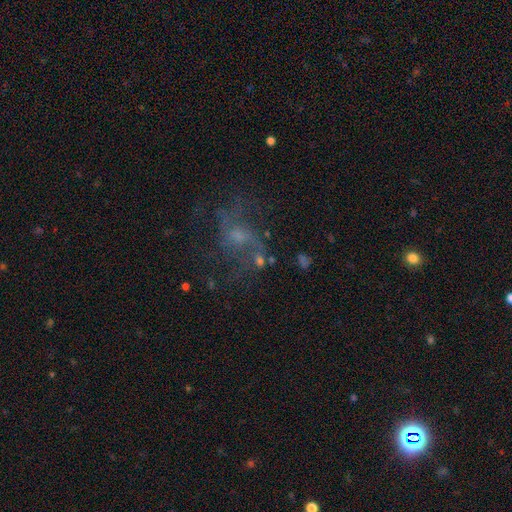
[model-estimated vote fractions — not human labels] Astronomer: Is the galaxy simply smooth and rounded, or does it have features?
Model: featured or disk — 60%.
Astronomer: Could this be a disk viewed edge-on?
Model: no — 97%.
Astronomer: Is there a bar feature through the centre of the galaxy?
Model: no — 66%.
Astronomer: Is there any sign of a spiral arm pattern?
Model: yes — 66%.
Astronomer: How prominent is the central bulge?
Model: small — 43% (runner-up: moderate, 32%).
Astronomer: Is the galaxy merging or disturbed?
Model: none — 50% (runner-up: major disturbance, 28%).